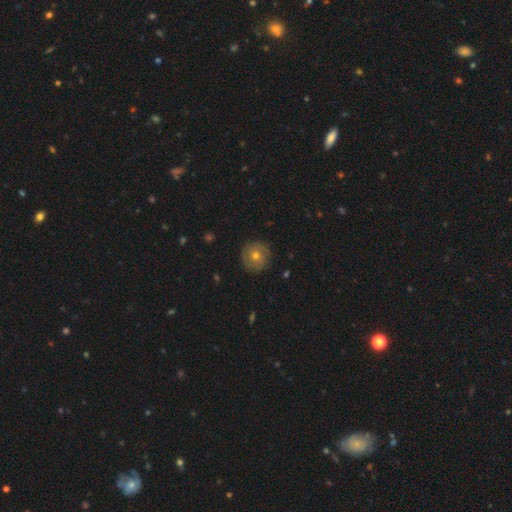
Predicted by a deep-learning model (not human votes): Q: Smooth or featured?
A: featured or disk (50%); runner-up: smooth (40%)
Q: Edge-on disk?
A: no (96%); runner-up: yes (4%)
Q: Merging?
A: none (87%); runner-up: minor disturbance (9%)